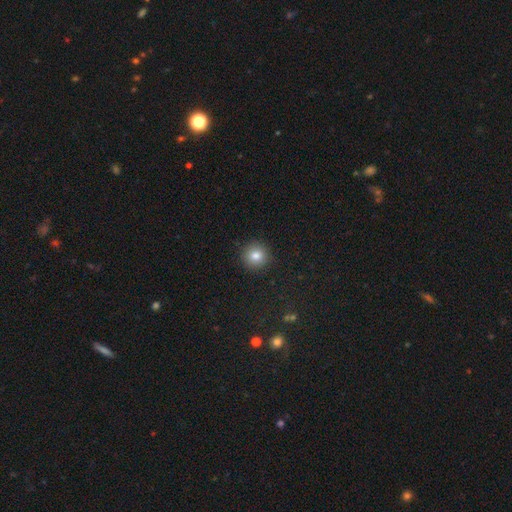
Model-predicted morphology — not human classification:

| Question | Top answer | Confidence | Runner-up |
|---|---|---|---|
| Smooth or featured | smooth | 82% | star or artifact (11%) |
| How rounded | round | 94% | in between (5%) |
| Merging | none | 91% | minor disturbance (6%) |